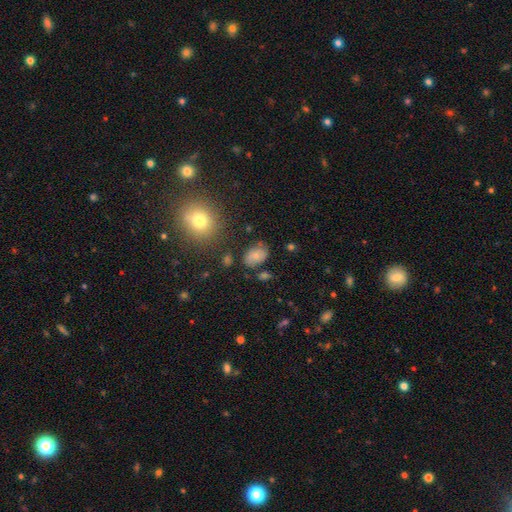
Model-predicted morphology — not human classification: Q: Smooth or featured?
A: smooth (69%); runner-up: featured or disk (18%)
Q: How rounded?
A: in between (78%); runner-up: round (20%)
Q: Merging?
A: none (70%); runner-up: minor disturbance (19%)